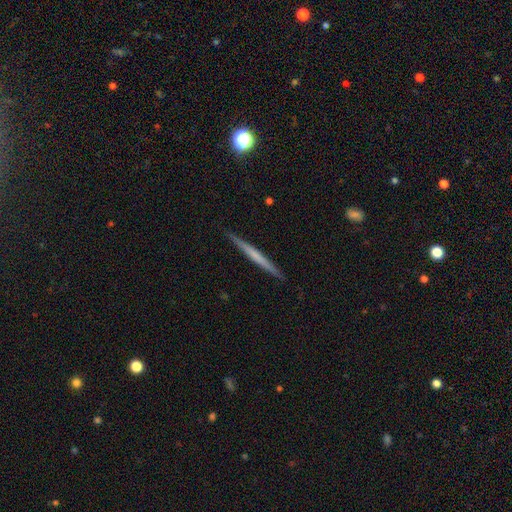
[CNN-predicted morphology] smooth-or-featured: featured or disk: 51% | smooth: 44% | star or artifact: 5%
  disk-edge-on: yes: 98% | no: 2%
  merging: none: 91% | minor disturbance: 6% | major disturbance: 1% | merger: 1%